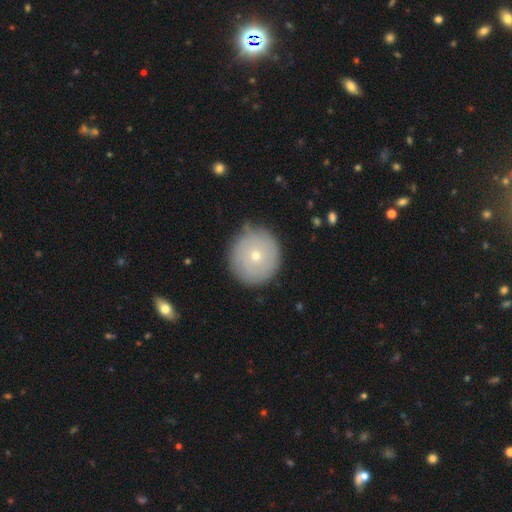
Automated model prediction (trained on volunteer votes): Smooth or featured? smooth (60%)
How rounded? round (94%)
Merging? none (83%)